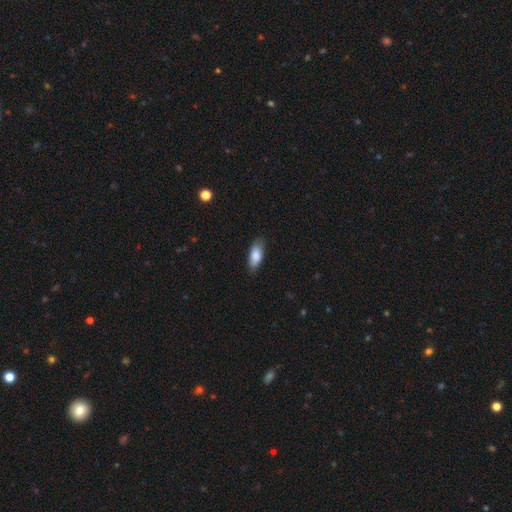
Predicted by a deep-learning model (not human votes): Overall: smooth (83%). How rounded: in between (81%). Merging: none (81%).